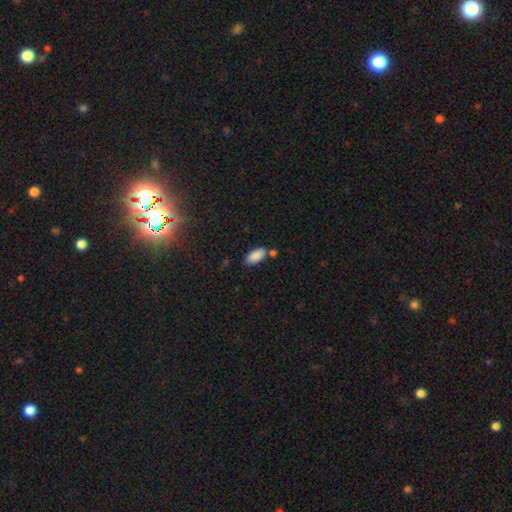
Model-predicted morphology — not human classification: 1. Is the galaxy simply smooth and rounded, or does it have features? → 88% smooth, 7% star or artifact, 5% featured or disk.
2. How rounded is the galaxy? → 92% in between, 6% cigar-shaped, 2% round.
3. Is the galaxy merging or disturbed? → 71% none, 14% minor disturbance, 12% merger, 3% major disturbance.